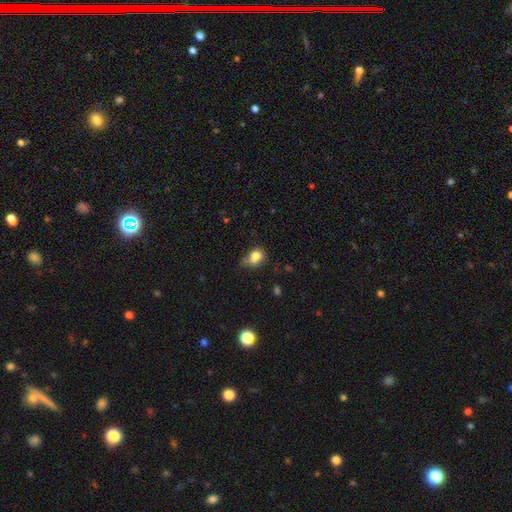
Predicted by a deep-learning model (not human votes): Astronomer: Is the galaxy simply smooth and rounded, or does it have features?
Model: smooth — 79%.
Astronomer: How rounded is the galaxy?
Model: in between — 57% (runner-up: round, 41%).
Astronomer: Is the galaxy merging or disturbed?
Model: minor disturbance — 37% (runner-up: none, 33%).